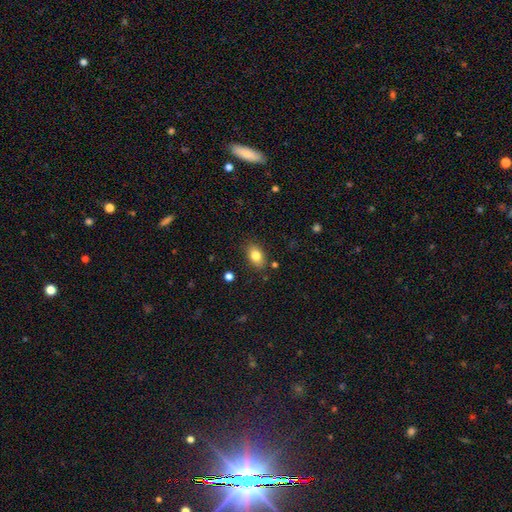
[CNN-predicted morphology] A smooth galaxy with no disk features (82%) that is in between round and cigar-shaped (86%). Merging: none (84%).